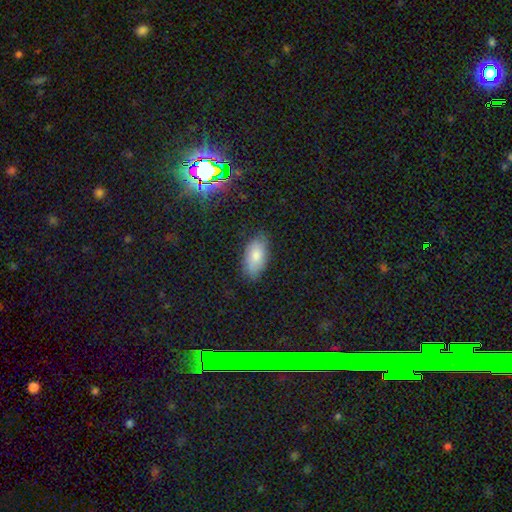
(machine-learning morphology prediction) Q: Smooth or featured?
A: smooth (81%); runner-up: featured or disk (12%)
Q: How rounded?
A: in between (94%); runner-up: cigar-shaped (3%)
Q: Merging?
A: none (78%); runner-up: minor disturbance (17%)